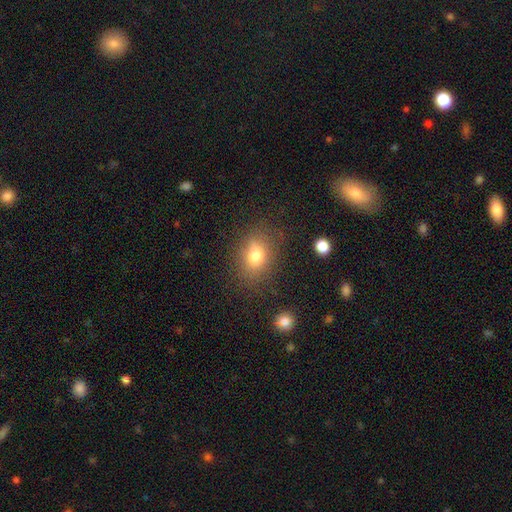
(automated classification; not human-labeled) Smooth or featured? Predicted: smooth (p=0.74). How rounded? Predicted: in between (p=0.62). Merging? Predicted: none (p=0.74).